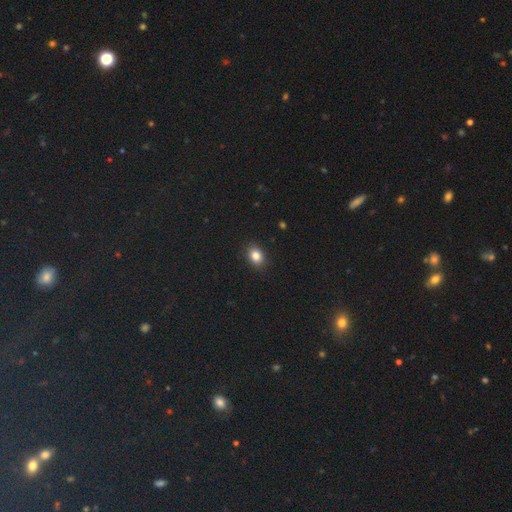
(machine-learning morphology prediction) Smooth or featured: smooth — 84% (star or artifact — 10%)
How rounded: in between — 62% (round — 36%)
Merging: none — 89% (minor disturbance — 8%)